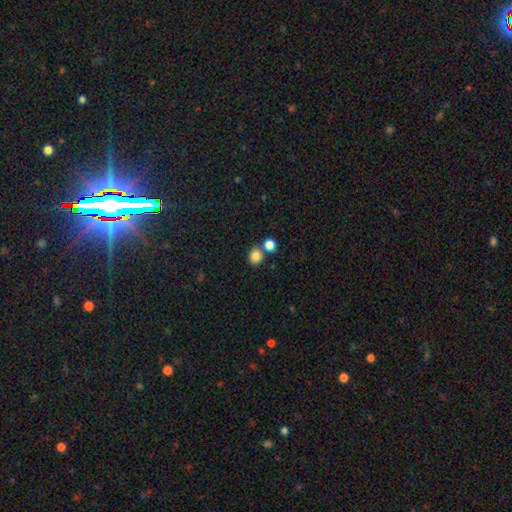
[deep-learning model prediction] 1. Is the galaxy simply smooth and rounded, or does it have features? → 83% smooth, 11% star or artifact, 5% featured or disk.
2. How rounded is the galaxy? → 73% round, 26% in between, 1% cigar-shaped.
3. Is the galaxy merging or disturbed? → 65% none, 24% merger, 9% minor disturbance, 3% major disturbance.